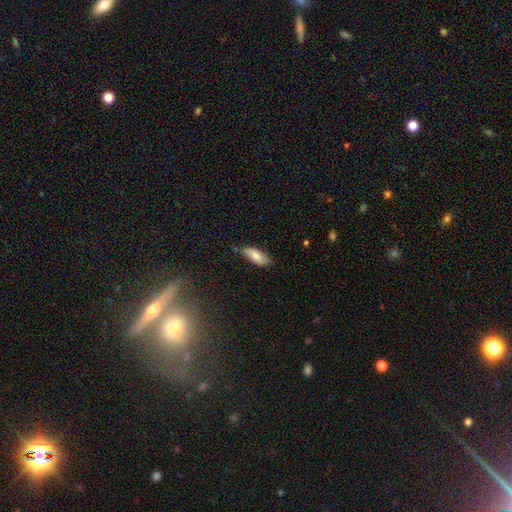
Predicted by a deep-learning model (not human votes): Smooth or featured? smooth (76%)
How rounded? in between (81%)
Merging? none (68%)